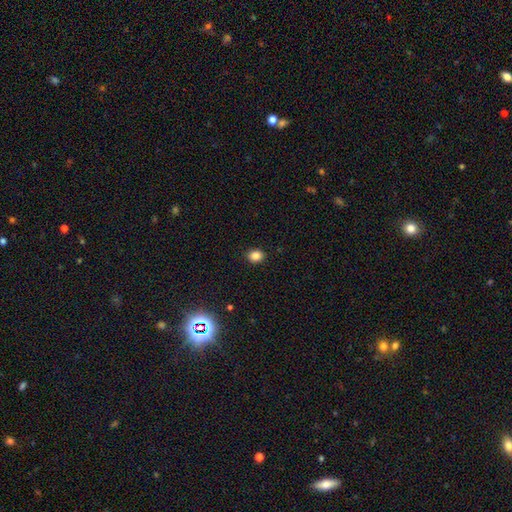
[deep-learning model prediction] Smooth or featured? Predicted: smooth (p=0.84). How rounded? Predicted: round (p=0.55). Merging? Predicted: none (p=0.90).